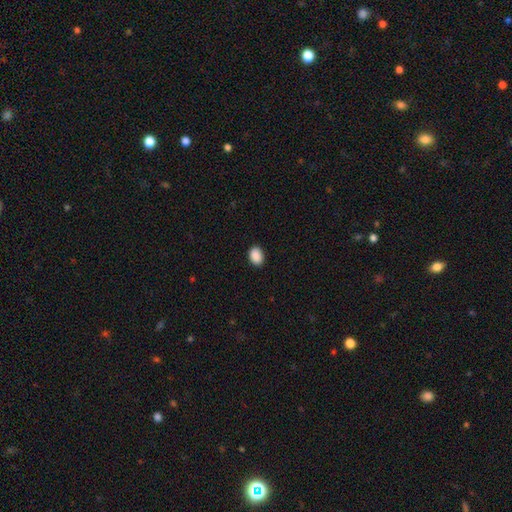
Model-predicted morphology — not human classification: Smooth or featured? Predicted: smooth (p=0.90). How rounded? Predicted: in between (p=0.77). Merging? Predicted: none (p=0.89).